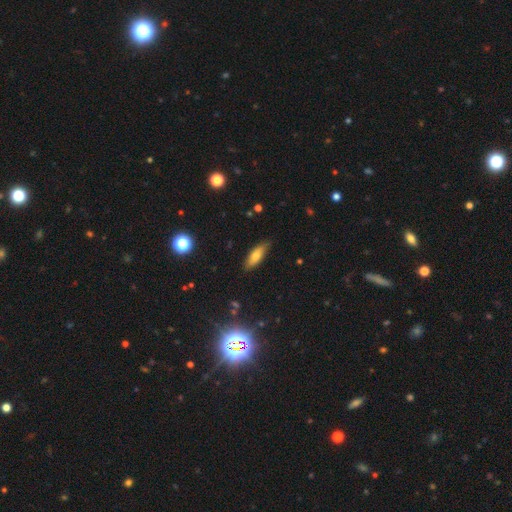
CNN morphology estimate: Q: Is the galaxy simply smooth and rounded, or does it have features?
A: smooth — 68%.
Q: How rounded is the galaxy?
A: in between — 62%.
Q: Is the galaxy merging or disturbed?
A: none — 78%.